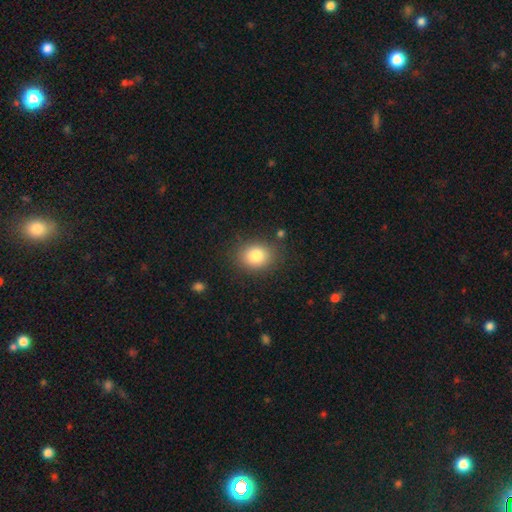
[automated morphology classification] Q: Smooth or featured?
A: smooth (83%); runner-up: star or artifact (10%)
Q: How rounded?
A: round (52%); runner-up: in between (47%)
Q: Merging?
A: none (84%); runner-up: minor disturbance (10%)